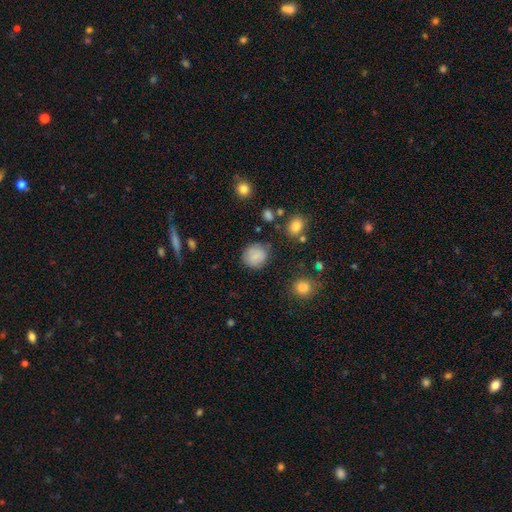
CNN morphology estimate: type=smooth (84%); roundness=round (86%); merging=none (81%).